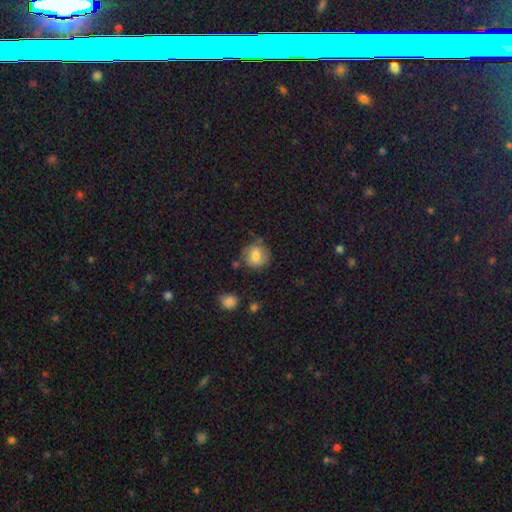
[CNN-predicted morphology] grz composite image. It shows a smooth galaxy with no disk features (70%) that is round (84%). Merging: none (69%).